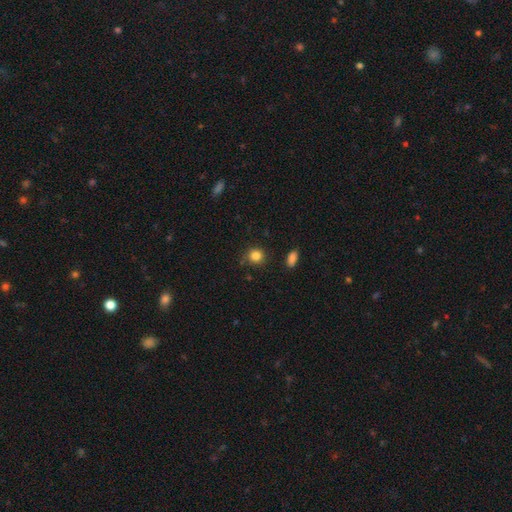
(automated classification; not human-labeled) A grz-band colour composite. It shows a smooth galaxy with no disk features (85%) that is round (85%). Merging: none (81%).